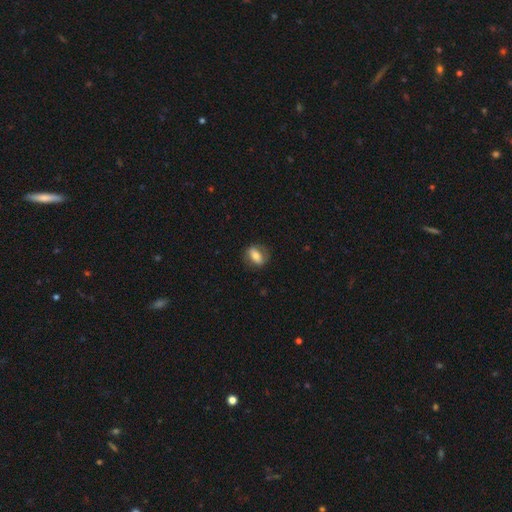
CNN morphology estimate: This appears to be a smooth galaxy with no disk features (64%) that is in between round and cigar-shaped (77%). Merging: none (76%).